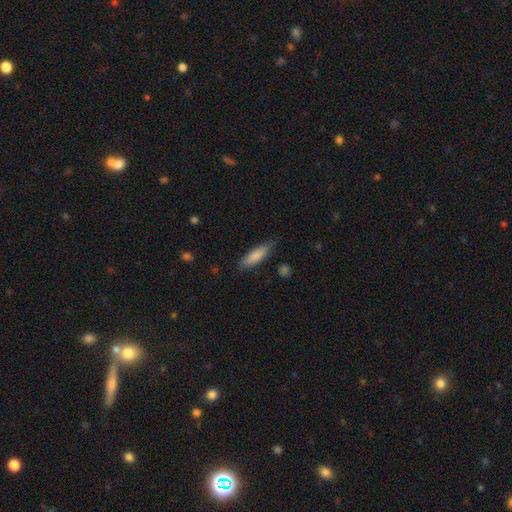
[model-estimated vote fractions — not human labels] This is clearly a smooth galaxy (82%). How rounded: possibly cigar-shaped (56%). Merging: likely none (76%).